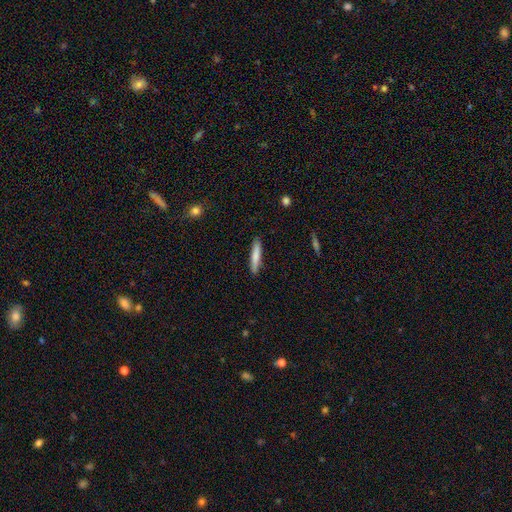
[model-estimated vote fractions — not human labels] smooth 76%, featured or disk 18%, star or artifact 6%. Down the decision tree: how rounded — cigar-shaped (91%); merging — none (89%).